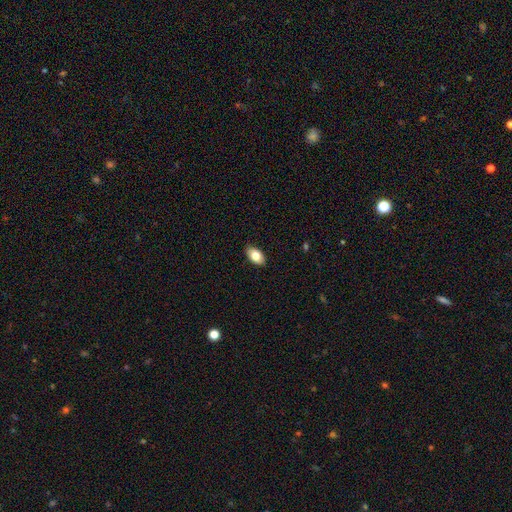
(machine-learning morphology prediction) Q: Smooth or featured?
A: smooth (80%); runner-up: featured or disk (13%)
Q: How rounded?
A: in between (92%); runner-up: round (5%)
Q: Merging?
A: none (87%); runner-up: minor disturbance (10%)